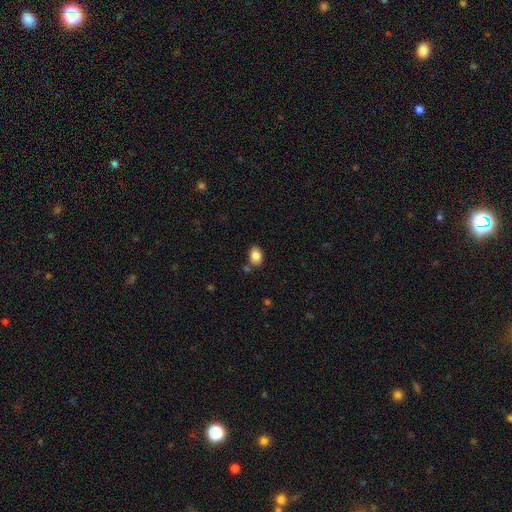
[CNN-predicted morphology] Smooth or featured? Predicted: smooth (p=0.84). How rounded? Predicted: in between (p=0.77). Merging? Predicted: none (p=0.74).